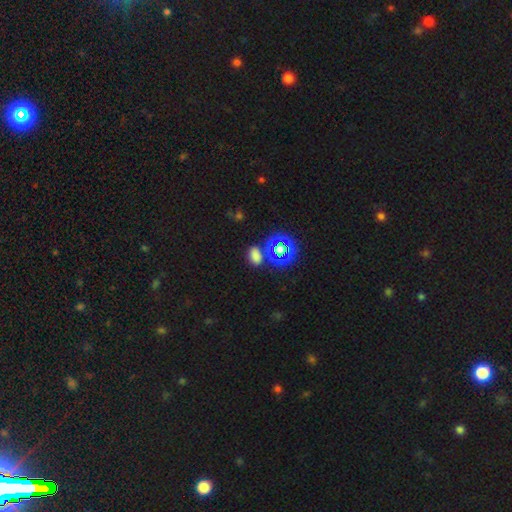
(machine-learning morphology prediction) Overall: smooth (68%). How rounded: in between (79%). Merging: none (73%).